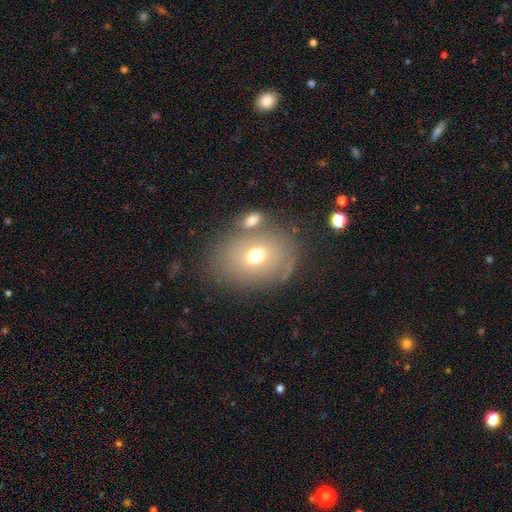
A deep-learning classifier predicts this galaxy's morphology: smooth-or-featured: smooth: 64% | featured or disk: 23% | star or artifact: 12%
  how-rounded: in between: 69% | round: 30% | cigar-shaped: 1%
  merging: none: 65% | merger: 15% | minor disturbance: 14% | major disturbance: 6%